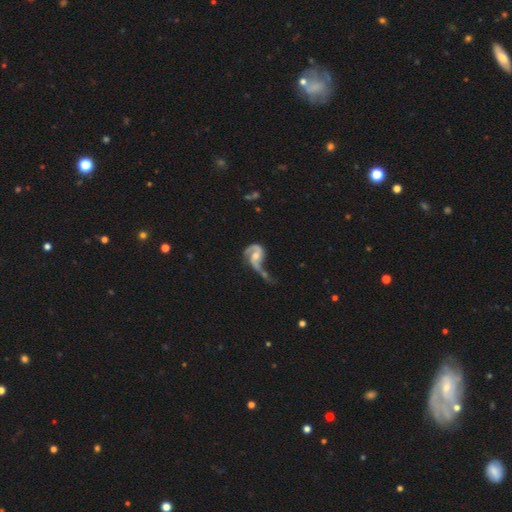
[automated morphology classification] smooth-or-featured: featured or disk: 85% | smooth: 10% | star or artifact: 6%
  disk-edge-on: no: 98% | yes: 2%
    bar: no: 51% | weak: 37% | strong: 12%
    has-spiral-arms: yes: 94% | no: 6%
      spiral-winding: loose: 53% | medium: 36% | tight: 12%
      spiral-arm-count: 2: 78% | 1: 14% | can't tell: 4% | 3: 2% | 4: 1% | more than 4: 1%
    bulge-size: moderate: 57% | small: 35% | large: 4% | none: 3% | dominant: 1%
  merging: major disturbance: 35% | merger: 26% | none: 23% | minor disturbance: 17%